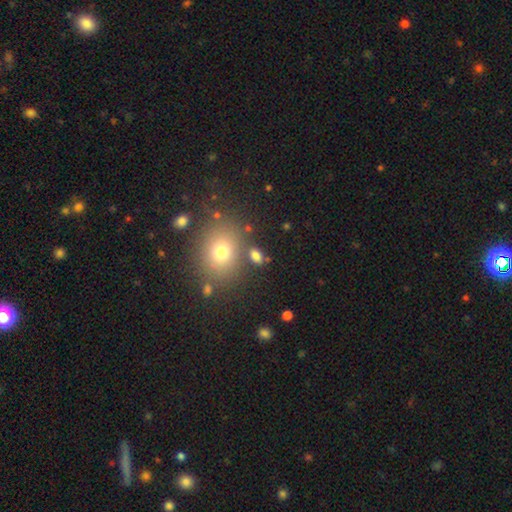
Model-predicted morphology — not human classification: This is likely a smooth galaxy (76%). How rounded: likely in between (77%). Merging: likely none (74%).